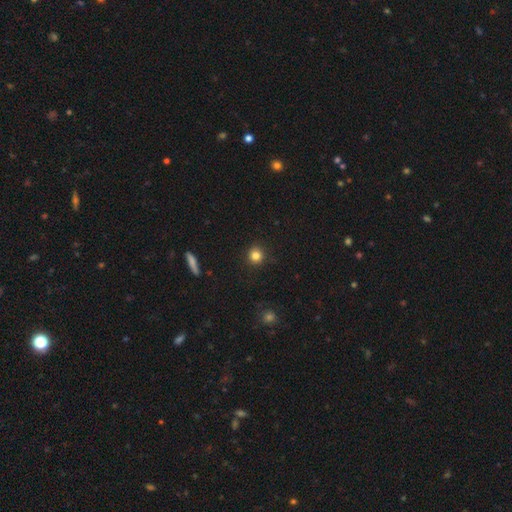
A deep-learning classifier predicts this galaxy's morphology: Smooth or featured? smooth (82%)
How rounded? round (93%)
Merging? none (91%)